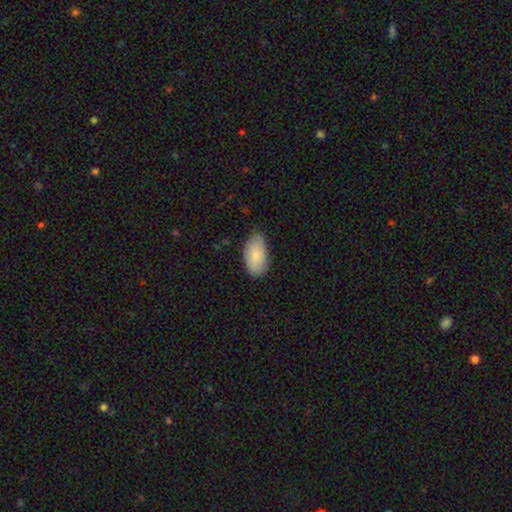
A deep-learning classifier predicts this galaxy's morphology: A smooth galaxy with no disk features (81%) that is in between round and cigar-shaped (95%).

Vote fractions:
- Smooth or featured? smooth: 81% / featured or disk: 14% / star or artifact: 6%
- How rounded? in between: 95% / round: 3% / cigar-shaped: 2%
- Merging? none: 77% / minor disturbance: 19% / major disturbance: 3% / merger: 1%